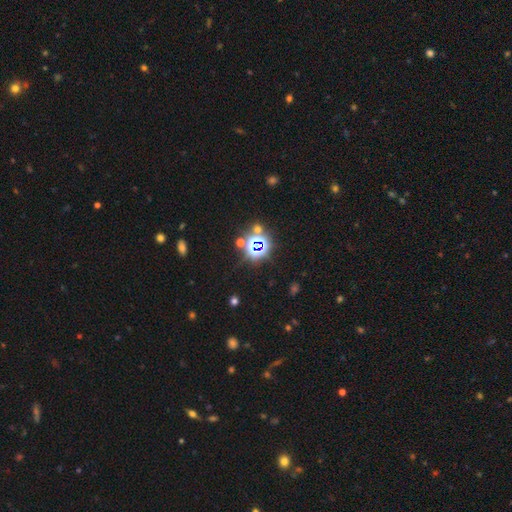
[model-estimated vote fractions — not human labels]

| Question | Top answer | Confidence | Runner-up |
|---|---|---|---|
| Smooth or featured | star or artifact | 76% | smooth (15%) |